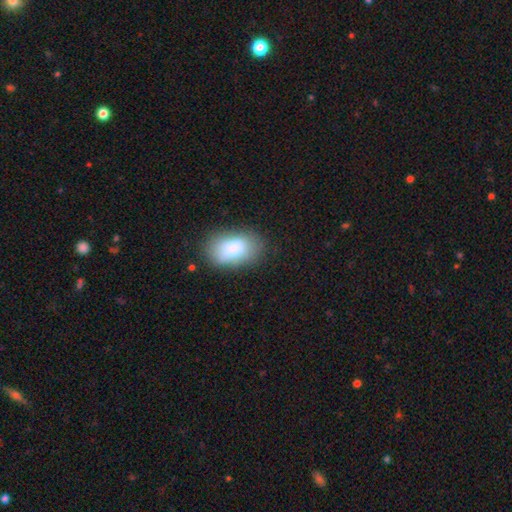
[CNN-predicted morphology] smooth_or_featured: smooth (p=0.77) [alt: star or artifact p=0.14]
how_rounded: in between (p=0.88) [alt: round p=0.10]
merging: none (p=0.89) [alt: minor disturbance p=0.08]